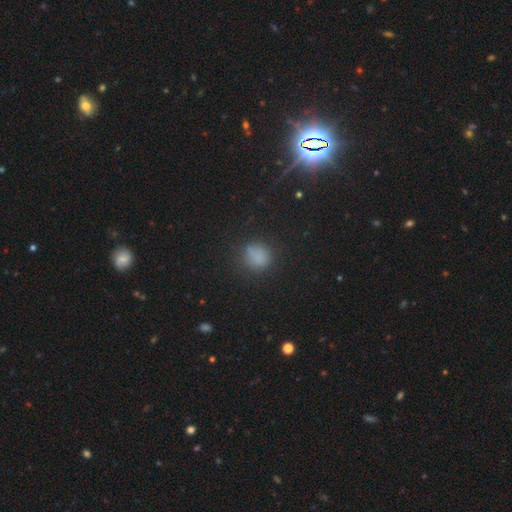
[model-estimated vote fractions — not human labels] smooth_or_featured: smooth (p=0.74) [alt: star or artifact p=0.18]
how_rounded: round (p=0.74) [alt: in between p=0.24]
merging: none (p=0.68) [alt: minor disturbance p=0.20]